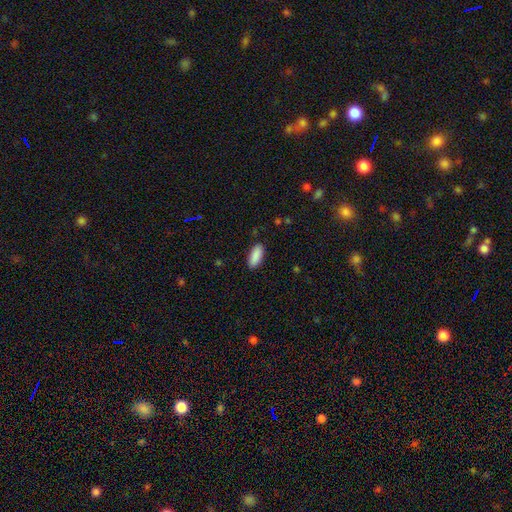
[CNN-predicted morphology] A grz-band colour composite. It shows a smooth galaxy with no disk features (90%) that is in between round and cigar-shaped (84%). Merging: none (88%).